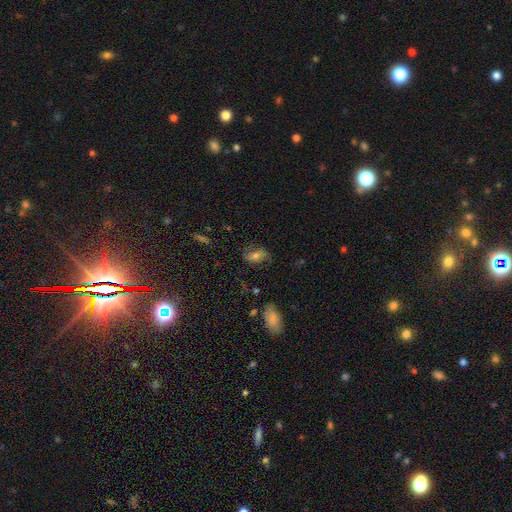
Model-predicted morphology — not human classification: Smooth or featured: featured or disk — 48% (smooth — 39%)
Merging: none — 69% (minor disturbance — 20%)